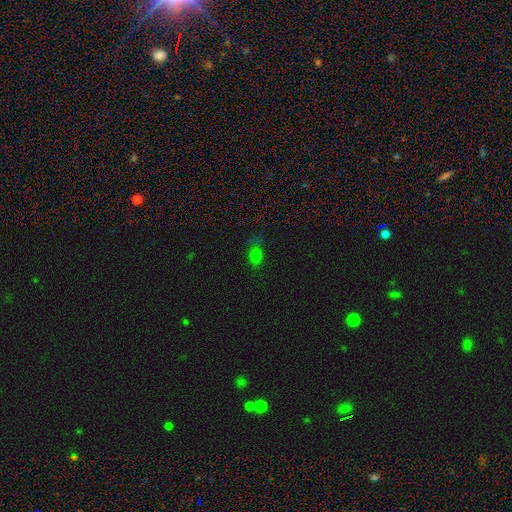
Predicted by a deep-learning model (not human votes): A smooth galaxy with no disk features (70%) that is in between round and cigar-shaped (57%).

Vote fractions:
- Smooth or featured? smooth: 70% / star or artifact: 23% / featured or disk: 7%
- How rounded? in between: 57% / round: 39% / cigar-shaped: 4%
- Merging? none: 67% / minor disturbance: 22% / major disturbance: 9% / merger: 2%